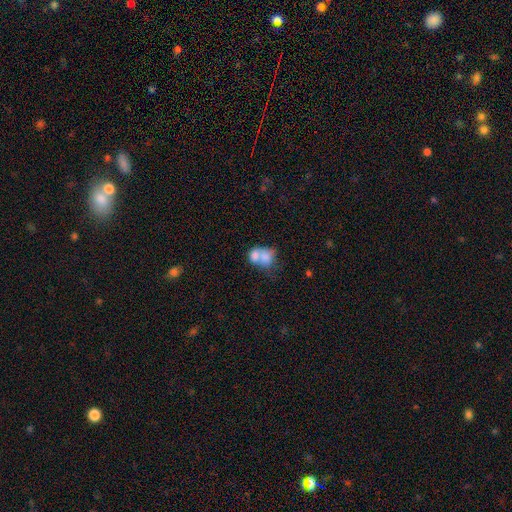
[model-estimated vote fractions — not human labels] smooth_or_featured: smooth (p=0.73) [alt: featured or disk p=0.18]
how_rounded: in between (p=0.56) [alt: round p=0.43]
merging: merger (p=0.70) [alt: none p=0.16]